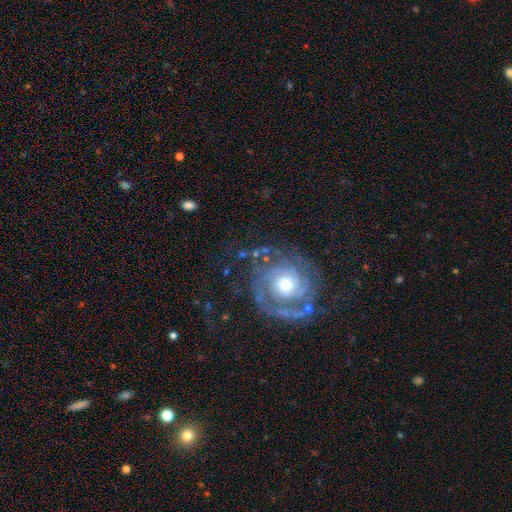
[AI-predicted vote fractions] A featured or disk galaxy (87%) with no bar (77%), 2 (48%) tight (69%) spiral arms (96%) and a moderate central bulge (69%).

Vote fractions:
- Smooth or featured? featured or disk: 87% / smooth: 7% / star or artifact: 6%
- Edge-on disk? no: 98% / yes: 2%
- Bar? no: 77% / weak: 17% / strong: 6%
- Spiral arms? yes: 96% / no: 4%
- Spiral winding? tight: 69% / medium: 26% / loose: 6%
- Spiral arm count? 2: 48% / can't tell: 18% / 3: 17% / 1: 7% / 4: 6% / more than 4: 5%
- Bulge size? moderate: 69% / small: 15% / large: 13% / dominant: 1% / none: 1%
- Merging? none: 69% / minor disturbance: 17% / major disturbance: 12% / merger: 2%